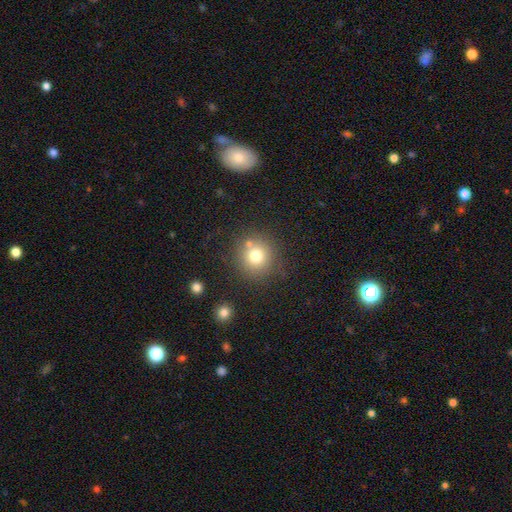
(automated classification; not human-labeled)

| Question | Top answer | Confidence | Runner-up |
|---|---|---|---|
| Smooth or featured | smooth | 76% | star or artifact (13%) |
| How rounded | round | 92% | in between (7%) |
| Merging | none | 77% | minor disturbance (10%) |